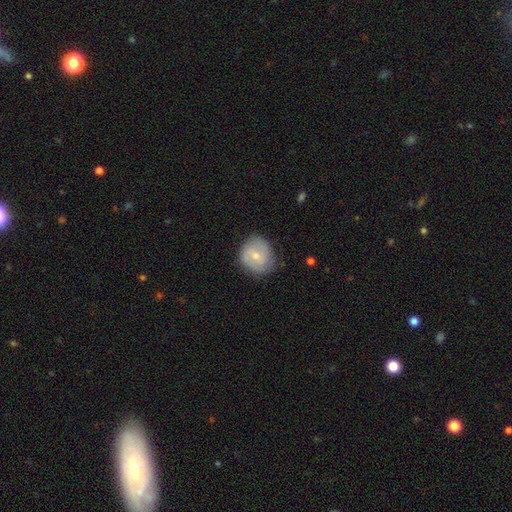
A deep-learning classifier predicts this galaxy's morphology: smooth-or-featured: smooth: 52% | featured or disk: 42% | star or artifact: 6%
  how-rounded: round: 80% | in between: 19% | cigar-shaped: 1%
  merging: none: 74% | minor disturbance: 20% | major disturbance: 5% | merger: 1%